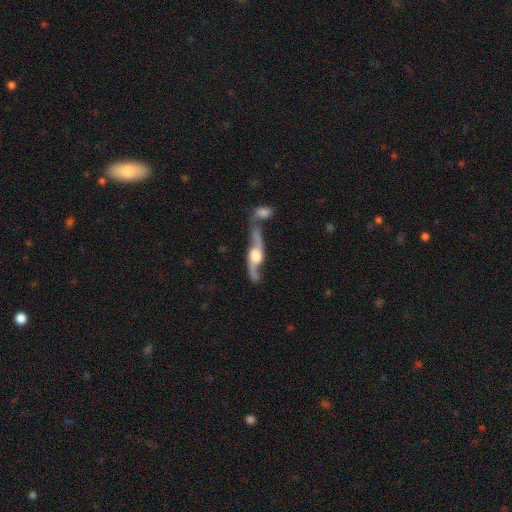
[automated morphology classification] smooth-or-featured: featured or disk: 81% | smooth: 14% | star or artifact: 5%
  disk-edge-on: yes: 52% | no: 48%
  merging: none: 40% | merger: 38% | minor disturbance: 14% | major disturbance: 9%